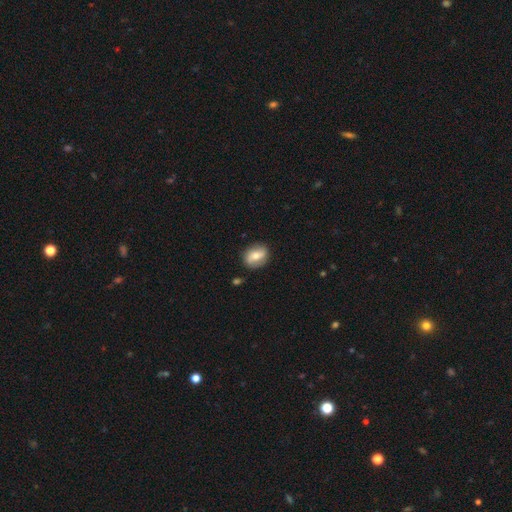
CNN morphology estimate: The model was most divided on "smooth or featured": smooth: 52%, featured or disk: 41%, star or artifact: 7%. More confident: merging — none (83%); how rounded — in between (55%).